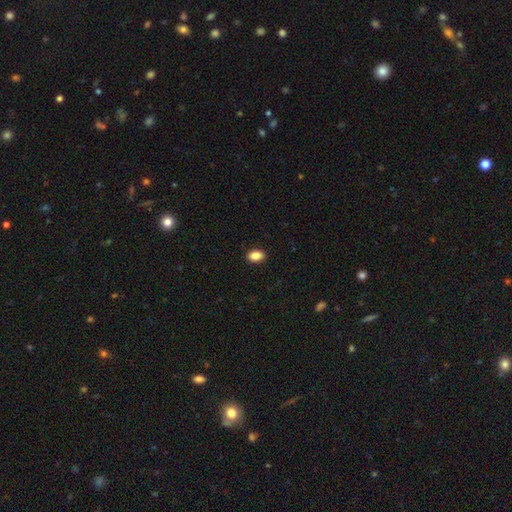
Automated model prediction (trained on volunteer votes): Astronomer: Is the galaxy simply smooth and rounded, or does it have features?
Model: smooth — 87%.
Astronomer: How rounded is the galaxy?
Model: in between — 88%.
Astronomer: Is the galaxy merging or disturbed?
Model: none — 91%.